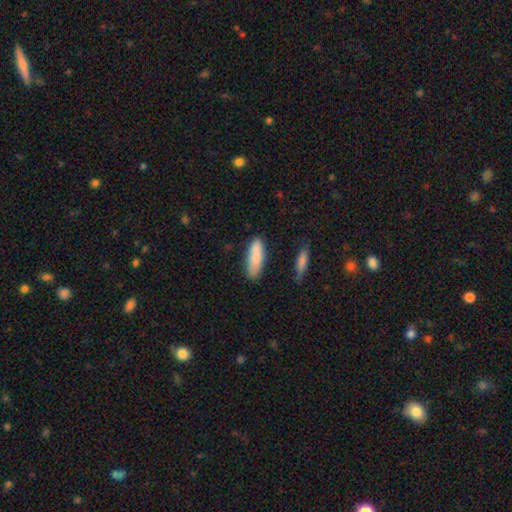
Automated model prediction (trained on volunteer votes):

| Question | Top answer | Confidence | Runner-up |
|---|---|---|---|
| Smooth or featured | smooth | 85% | featured or disk (10%) |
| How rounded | in between | 54% | cigar-shaped (44%) |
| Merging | none | 77% | minor disturbance (16%) |